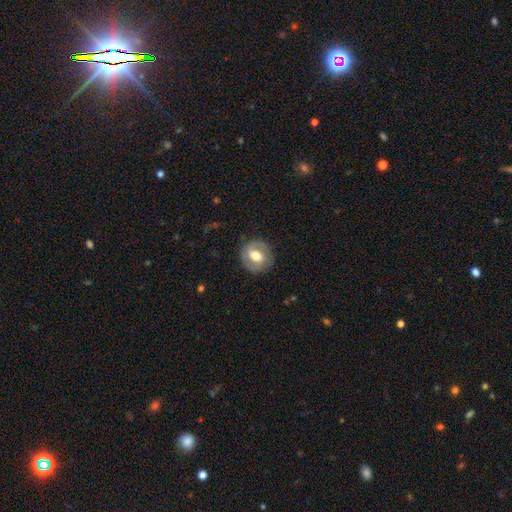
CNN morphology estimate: smooth_or_featured: featured or disk (p=0.62) [alt: smooth p=0.32]
disk_edge_on: no (p=0.96) [alt: yes p=0.04]
bar: weak (p=0.45) [alt: strong p=0.28]
has_spiral_arms: yes (p=0.71) [alt: no p=0.29]
bulge_size: moderate (p=0.67) [alt: large p=0.23]
merging: none (p=0.83) [alt: minor disturbance p=0.11]